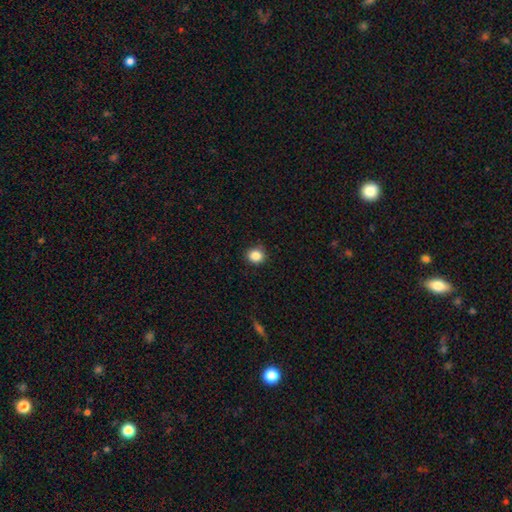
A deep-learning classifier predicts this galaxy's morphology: Overall: smooth (86%). How rounded: round (85%). Merging: none (88%).